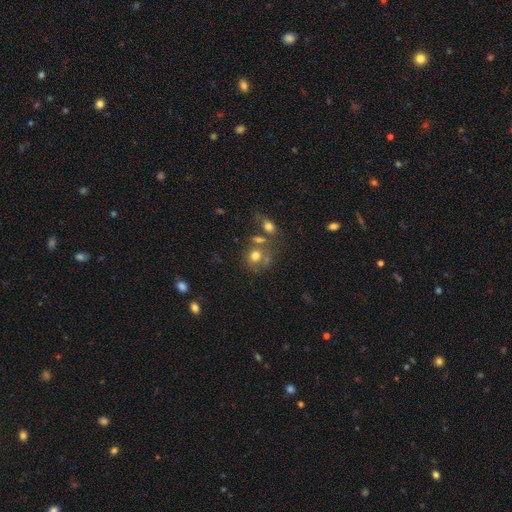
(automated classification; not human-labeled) Q: Smooth or featured?
A: smooth (72%); runner-up: featured or disk (15%)
Q: How rounded?
A: round (70%); runner-up: in between (29%)
Q: Merging?
A: none (47%); runner-up: merger (31%)